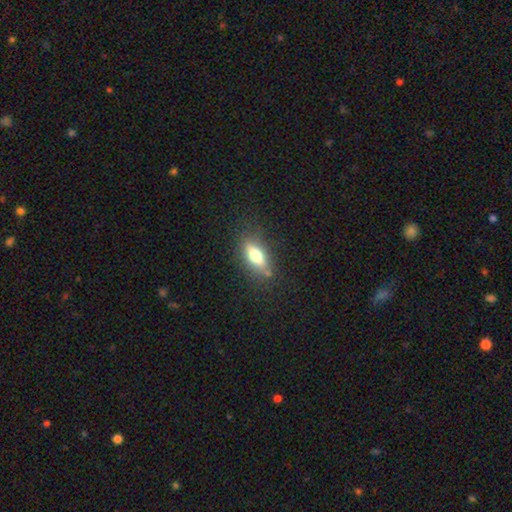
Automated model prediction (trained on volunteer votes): A smooth galaxy with no disk features (63%) that is in between round and cigar-shaped (68%). Merging: none (79%).